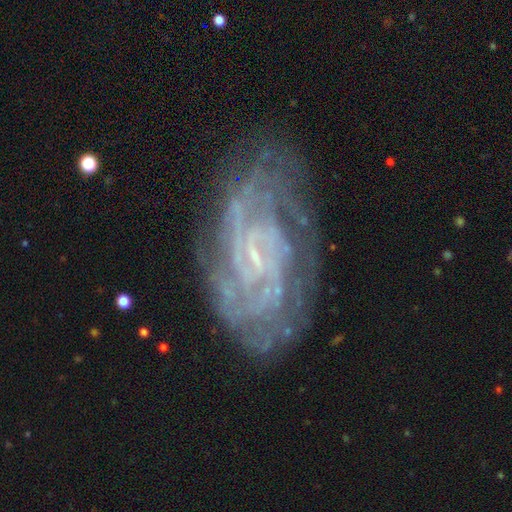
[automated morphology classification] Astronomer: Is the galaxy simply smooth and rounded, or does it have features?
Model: featured or disk — 87%.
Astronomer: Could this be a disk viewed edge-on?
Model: no — 96%.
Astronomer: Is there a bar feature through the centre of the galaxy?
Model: no — 54% (runner-up: weak, 36%).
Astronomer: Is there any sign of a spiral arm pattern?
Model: yes — 96%.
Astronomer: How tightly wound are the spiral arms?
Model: tight — 68%.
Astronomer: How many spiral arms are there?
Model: can't tell — 30% (runner-up: 2, 21%).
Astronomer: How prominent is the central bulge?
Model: small — 78%.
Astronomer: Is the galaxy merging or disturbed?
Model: none — 75%.